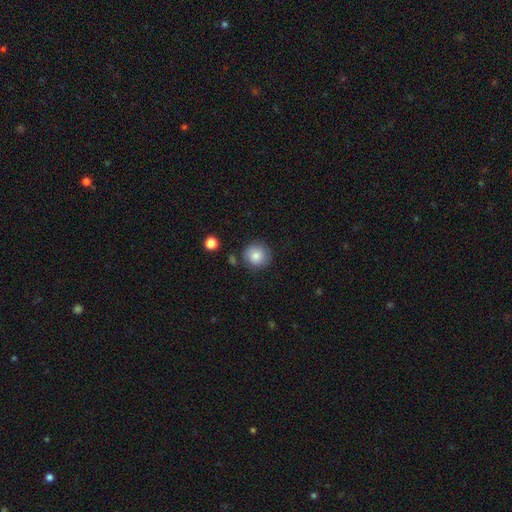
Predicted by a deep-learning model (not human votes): Q: Smooth or featured?
A: smooth (83%); runner-up: star or artifact (9%)
Q: How rounded?
A: round (92%); runner-up: in between (7%)
Q: Merging?
A: none (82%); runner-up: minor disturbance (11%)